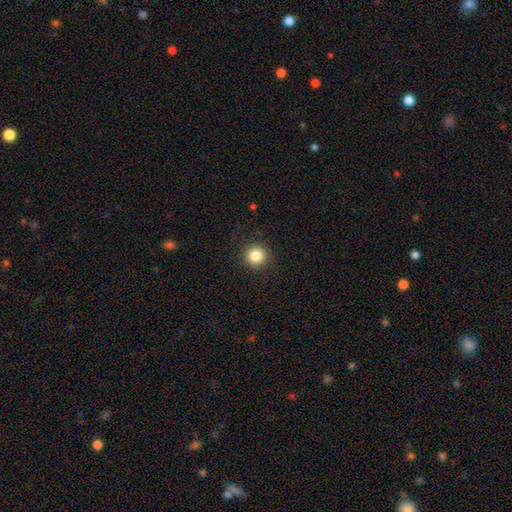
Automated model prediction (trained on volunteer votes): Smooth or featured? smooth (84%)
How rounded? round (94%)
Merging? none (91%)